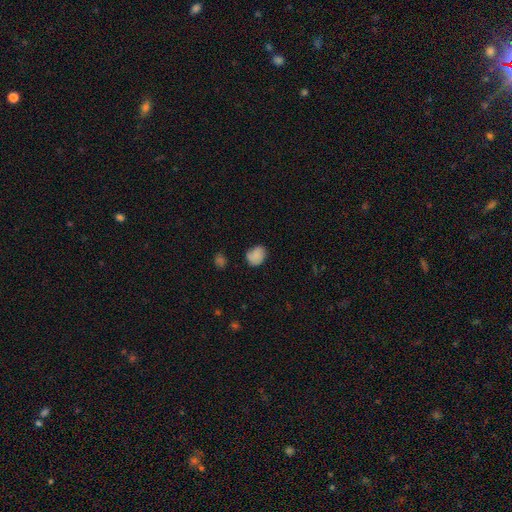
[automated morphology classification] type=smooth (81%); roundness=in between (57%); merging=none (68%).